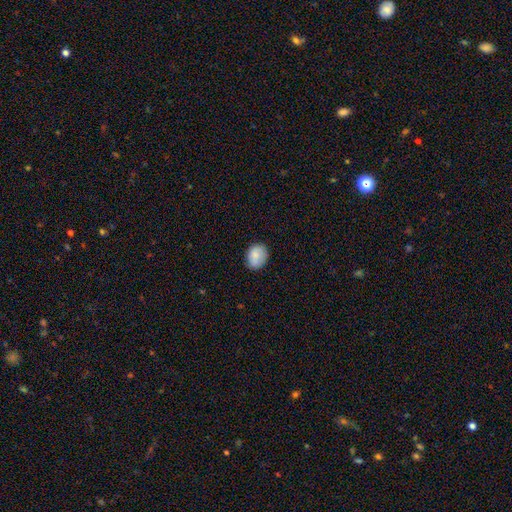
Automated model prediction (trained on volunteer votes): The model was most divided on "how rounded": in between: 57%, round: 42%, cigar-shaped: 1%. More confident: smooth or featured — smooth (85%); merging — none (78%).